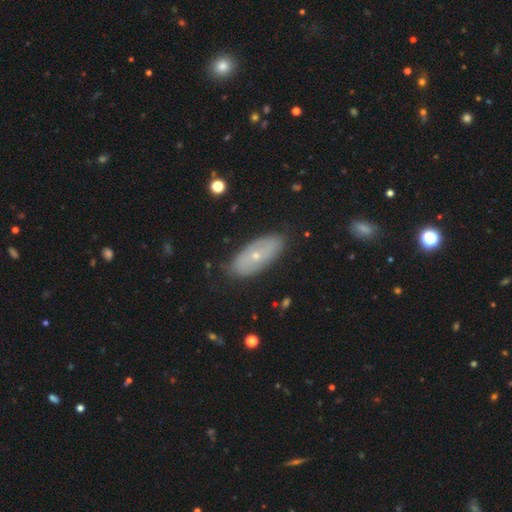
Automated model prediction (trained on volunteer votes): The model was most divided on "smooth or featured": featured or disk: 47%, smooth: 46%, star or artifact: 7%. More confident: merging — none (80%).